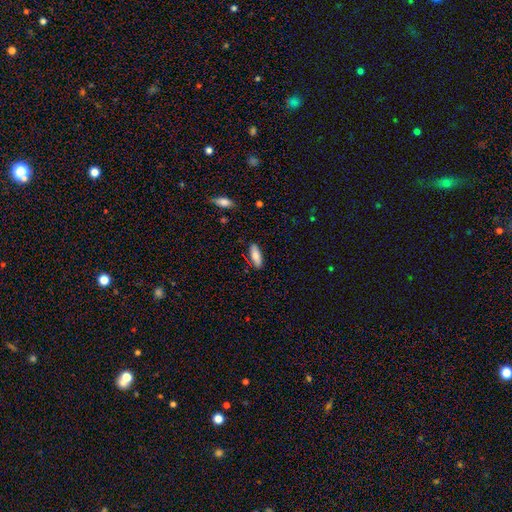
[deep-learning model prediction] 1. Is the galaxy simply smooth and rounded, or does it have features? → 82% smooth, 12% featured or disk, 6% star or artifact.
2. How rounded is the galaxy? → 67% in between, 31% cigar-shaped, 2% round.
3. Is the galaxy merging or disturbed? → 85% none, 11% minor disturbance, 2% major disturbance, 2% merger.